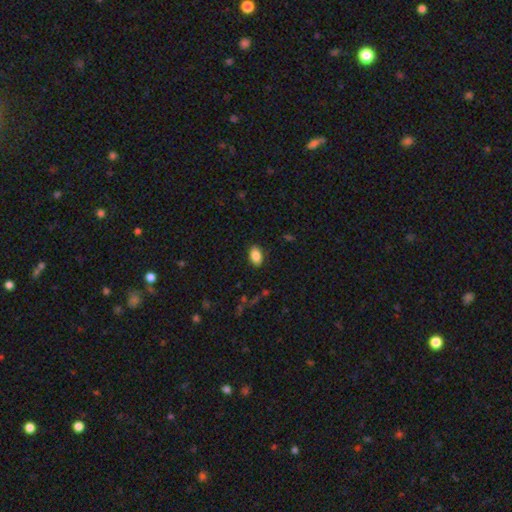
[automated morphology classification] type=smooth (87%); roundness=in between (91%); merging=none (88%).